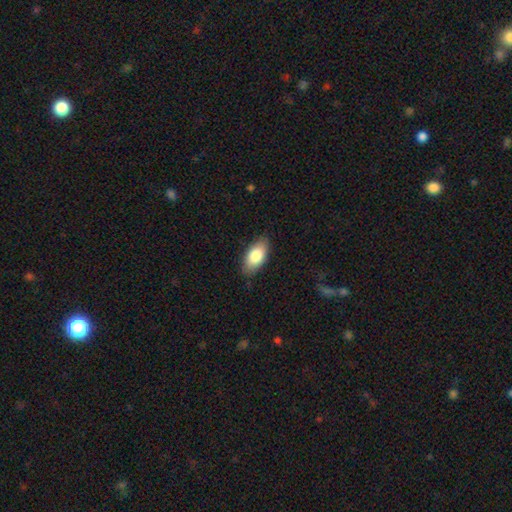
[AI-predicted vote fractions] Q: Smooth or featured?
A: smooth (83%); runner-up: featured or disk (11%)
Q: How rounded?
A: in between (93%); runner-up: cigar-shaped (4%)
Q: Merging?
A: none (85%); runner-up: minor disturbance (12%)